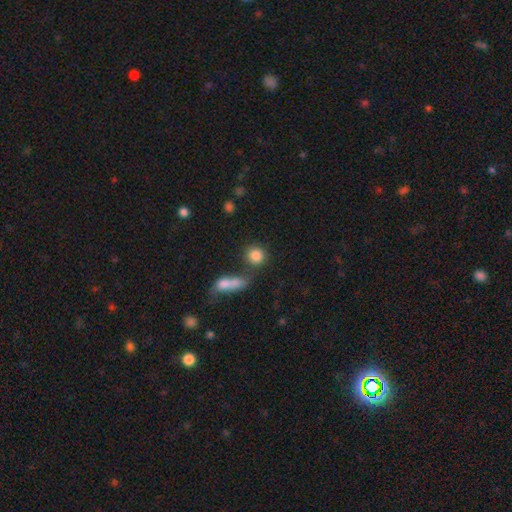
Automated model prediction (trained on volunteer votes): A smooth galaxy with no disk features (83%) that is round (84%).

Vote fractions:
- Smooth or featured? smooth: 83% / star or artifact: 10% / featured or disk: 7%
- How rounded? round: 84% / in between: 14% / cigar-shaped: 2%
- Merging? none: 62% / merger: 23% / minor disturbance: 10% / major disturbance: 6%